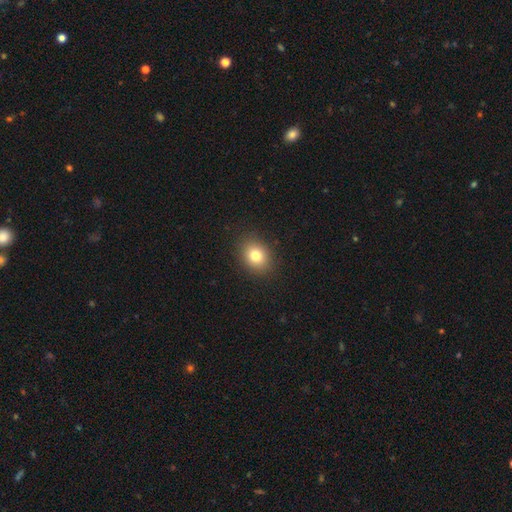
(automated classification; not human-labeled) This is likely a smooth galaxy (79%). How rounded: possibly round (57%). Merging: clearly none (89%).